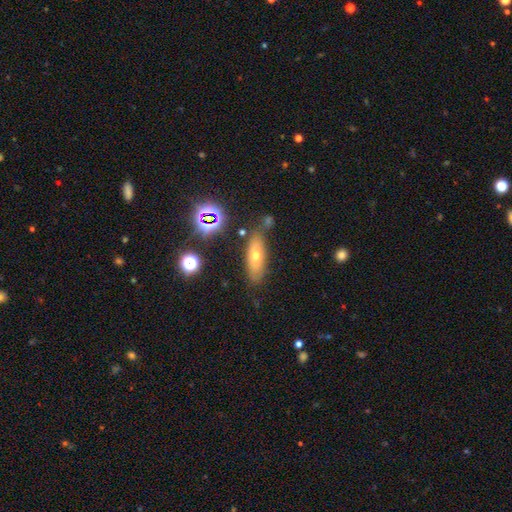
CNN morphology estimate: Smooth or featured?
  - smooth: 53% *
  - featured or disk: 32%
  - star or artifact: 15%
How rounded?
  - in between: 58% *
  - cigar-shaped: 37%
  - round: 5%
Merging?
  - none: 73% *
  - minor disturbance: 17%
  - merger: 6%
  - major disturbance: 5%